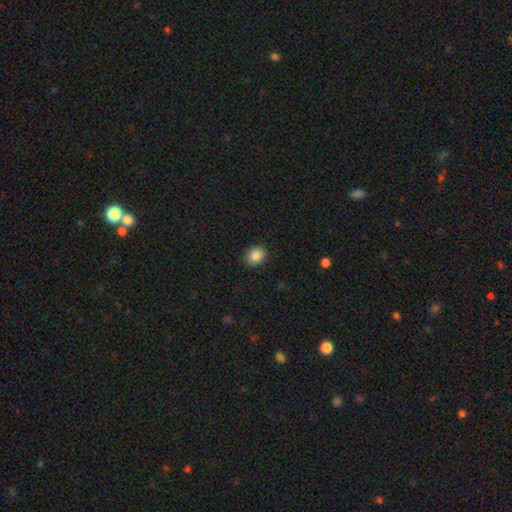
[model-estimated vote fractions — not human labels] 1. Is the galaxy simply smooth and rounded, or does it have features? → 87% smooth, 9% star or artifact, 4% featured or disk.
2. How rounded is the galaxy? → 52% round, 47% in between, 1% cigar-shaped.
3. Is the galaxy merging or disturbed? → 89% none, 8% minor disturbance, 2% major disturbance, 1% merger.